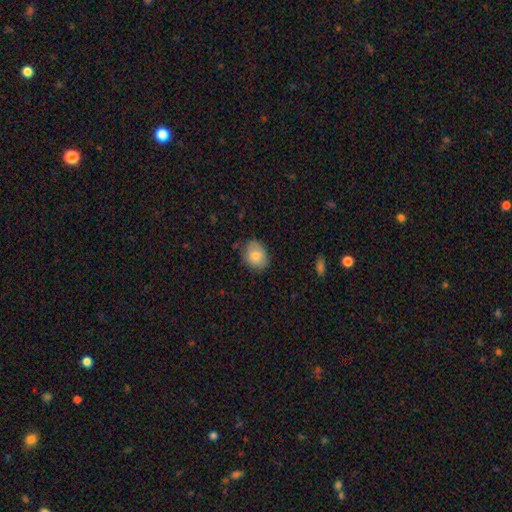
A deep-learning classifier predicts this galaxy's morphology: The model was most divided on "how rounded": in between: 57%, round: 42%, cigar-shaped: 1%. More confident: smooth or featured — smooth (81%); merging — none (76%).